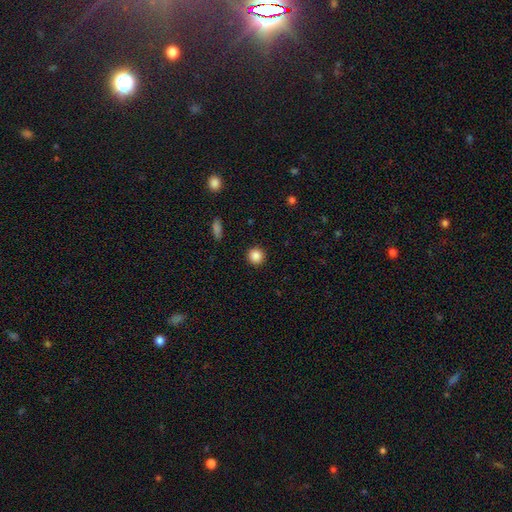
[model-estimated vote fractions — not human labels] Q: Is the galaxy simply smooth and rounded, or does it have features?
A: smooth — 86%.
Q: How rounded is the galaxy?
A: round — 94%.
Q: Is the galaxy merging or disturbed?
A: none — 92%.